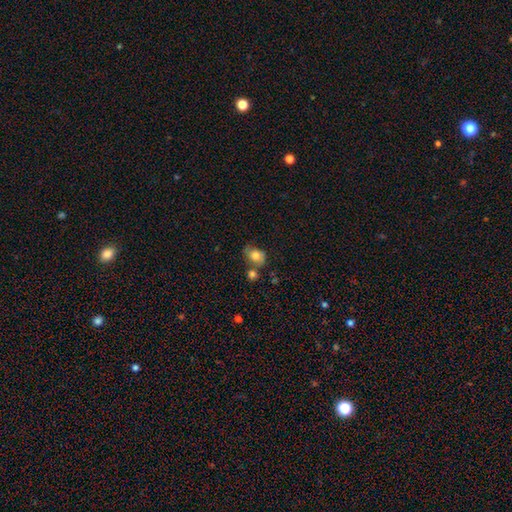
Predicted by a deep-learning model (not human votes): smooth-or-featured: smooth: 71% | featured or disk: 20% | star or artifact: 9%
  how-rounded: in between: 60% | round: 39% | cigar-shaped: 1%
  merging: none: 45% | minor disturbance: 24% | merger: 21% | major disturbance: 9%